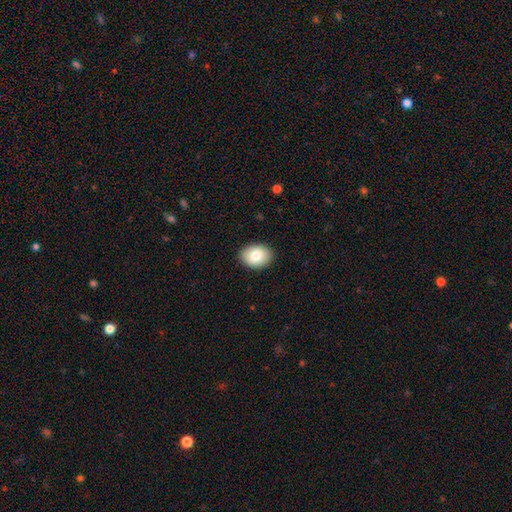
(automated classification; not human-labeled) Smooth or featured: smooth — 83% (featured or disk — 10%)
How rounded: in between — 74% (round — 26%)
Merging: none — 90% (minor disturbance — 7%)